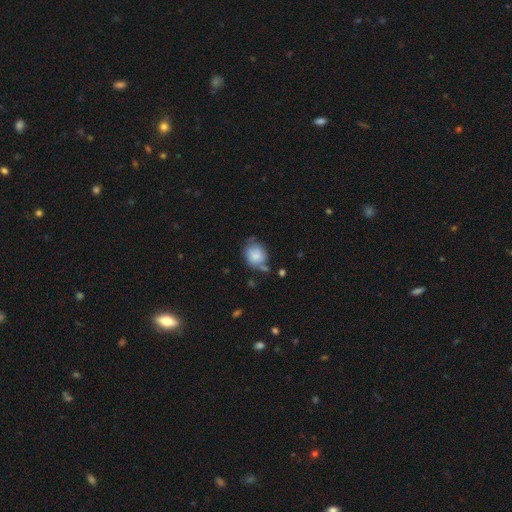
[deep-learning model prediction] A smooth galaxy with no disk features (79%) that is round (63%). Merging: none (52%).